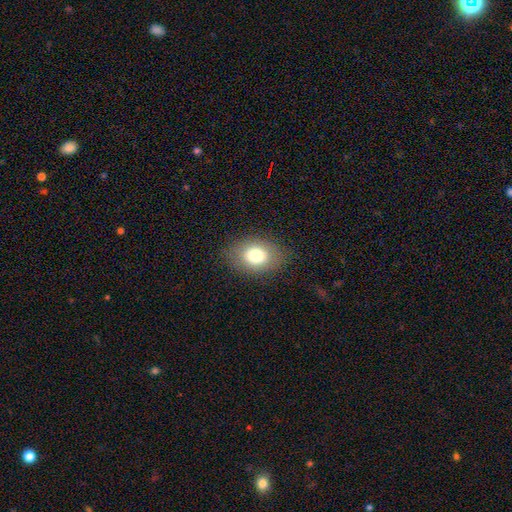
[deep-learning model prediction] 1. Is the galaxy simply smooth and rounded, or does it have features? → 77% smooth, 13% featured or disk, 10% star or artifact.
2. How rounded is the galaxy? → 70% in between, 29% round, 1% cigar-shaped.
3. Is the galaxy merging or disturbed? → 83% none, 12% minor disturbance, 4% major disturbance, 1% merger.